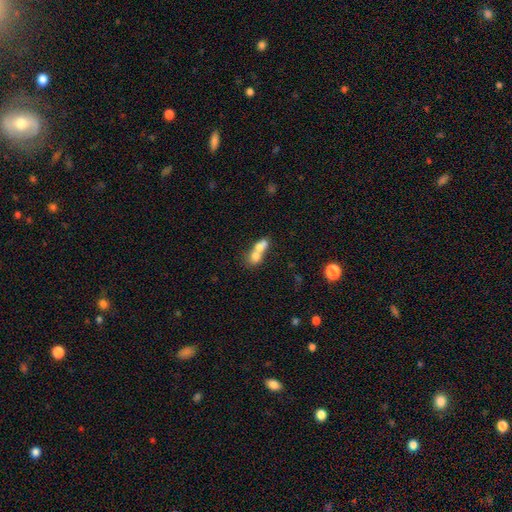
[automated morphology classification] A smooth galaxy with no disk features (65%) that is round (50%). Merging: merger (72%).